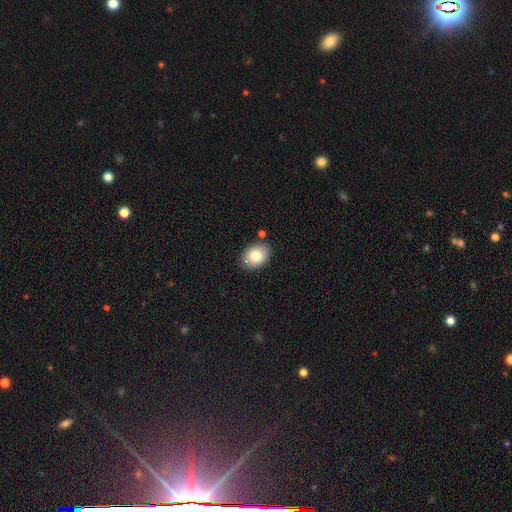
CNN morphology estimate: type=smooth (83%); roundness=in between (73%); merging=none (82%).